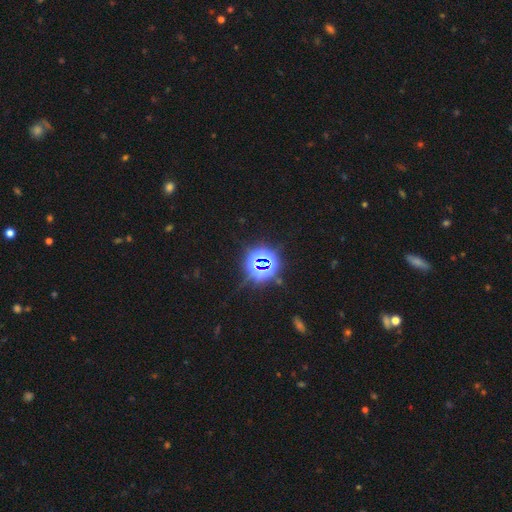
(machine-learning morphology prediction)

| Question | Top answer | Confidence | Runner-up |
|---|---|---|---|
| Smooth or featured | star or artifact | 79% | smooth (13%) |